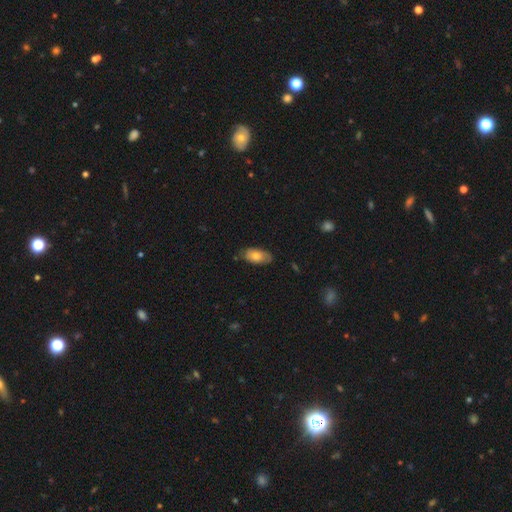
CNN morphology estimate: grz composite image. It shows a smooth galaxy with no disk features (68%) that is in between round and cigar-shaped (91%). Merging: none (73%).